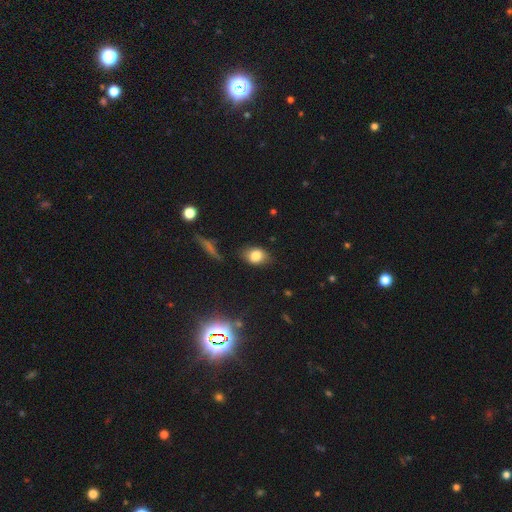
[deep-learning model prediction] Q: Smooth or featured?
A: smooth (79%); runner-up: star or artifact (11%)
Q: How rounded?
A: in between (72%); runner-up: round (27%)
Q: Merging?
A: none (75%); runner-up: minor disturbance (18%)